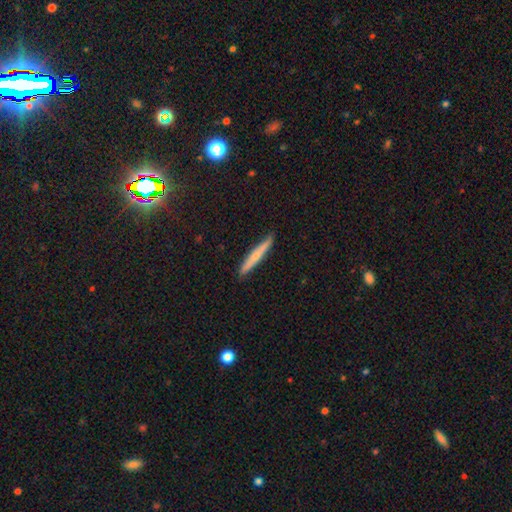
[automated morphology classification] This appears to be a smooth galaxy with no disk features (53%) that is cigar-shaped (95%). Merging: none (89%).